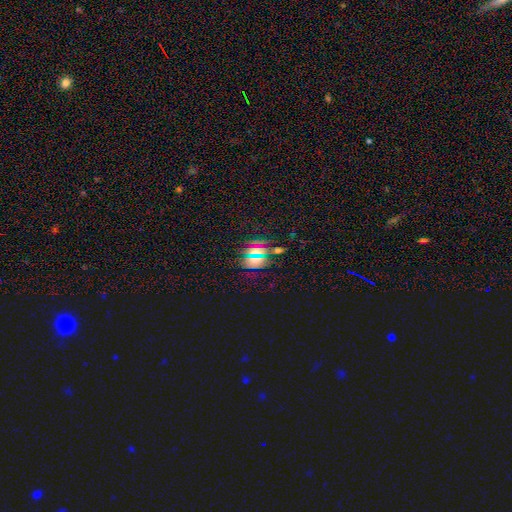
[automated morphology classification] This is possibly a star or artifact rather than a galaxy (48%).